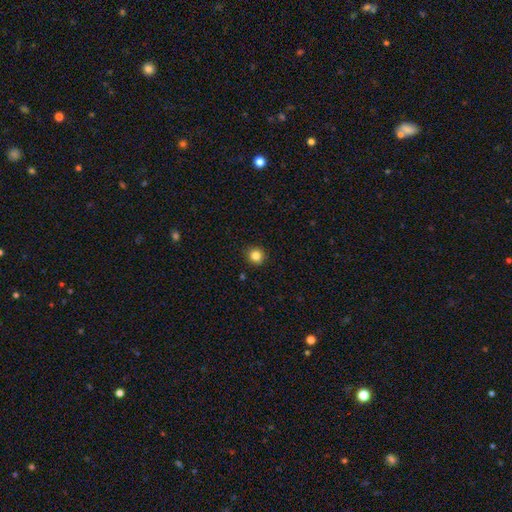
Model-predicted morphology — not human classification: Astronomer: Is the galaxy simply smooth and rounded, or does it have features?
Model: smooth — 83%.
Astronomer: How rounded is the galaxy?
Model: round — 93%.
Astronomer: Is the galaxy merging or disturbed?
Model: none — 92%.